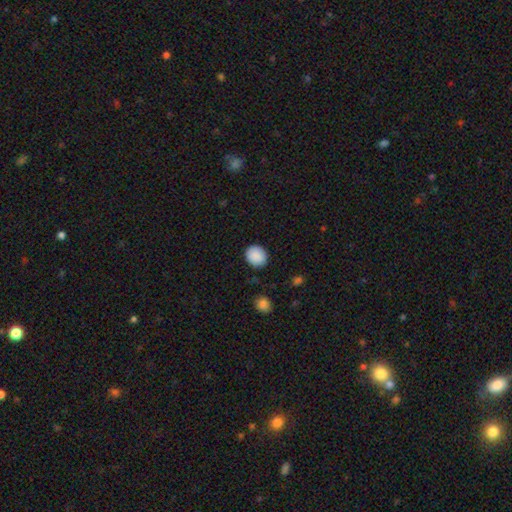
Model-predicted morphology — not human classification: smooth_or_featured: smooth (p=0.89) [alt: star or artifact p=0.08]
how_rounded: round (p=0.79) [alt: in between p=0.20]
merging: none (p=0.89) [alt: minor disturbance p=0.08]